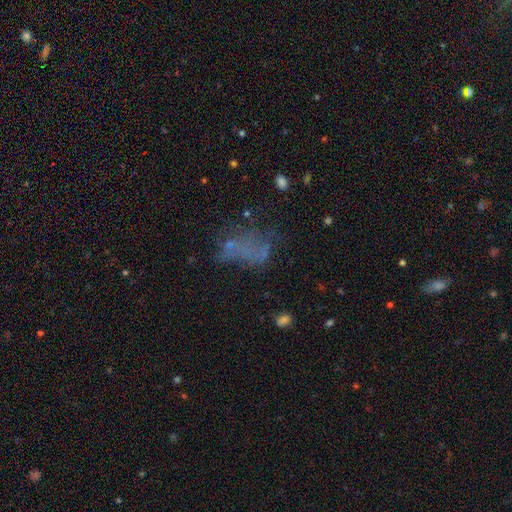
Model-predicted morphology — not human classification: Smooth or featured: smooth — 39% (featured or disk — 34%)
Merging: none — 37% (major disturbance — 34%)